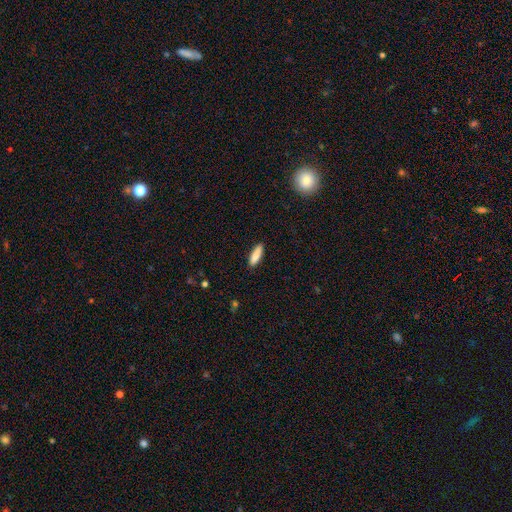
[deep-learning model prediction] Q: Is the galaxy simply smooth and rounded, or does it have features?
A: smooth — 85%.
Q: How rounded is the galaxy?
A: cigar-shaped — 57%.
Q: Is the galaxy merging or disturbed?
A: none — 88%.